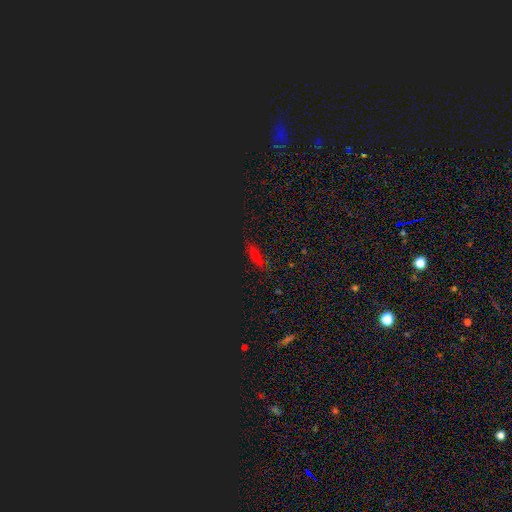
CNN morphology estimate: Smooth or featured: smooth — 48% (star or artifact — 41%)
Merging: none — 75% (minor disturbance — 17%)